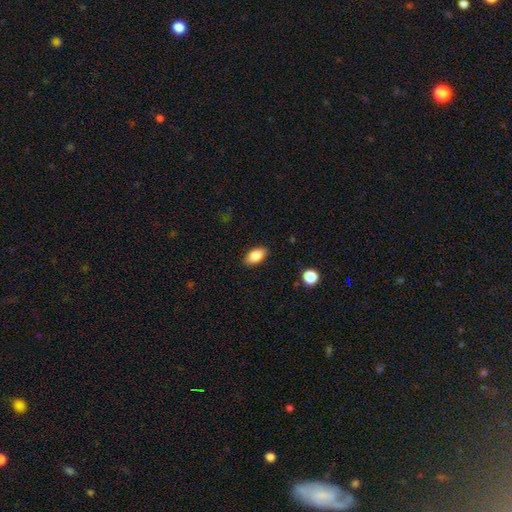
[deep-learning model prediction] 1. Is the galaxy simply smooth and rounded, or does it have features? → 84% smooth, 8% featured or disk, 8% star or artifact.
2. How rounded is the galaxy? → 91% in between, 5% round, 4% cigar-shaped.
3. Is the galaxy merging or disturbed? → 88% none, 9% minor disturbance, 2% major disturbance, 1% merger.